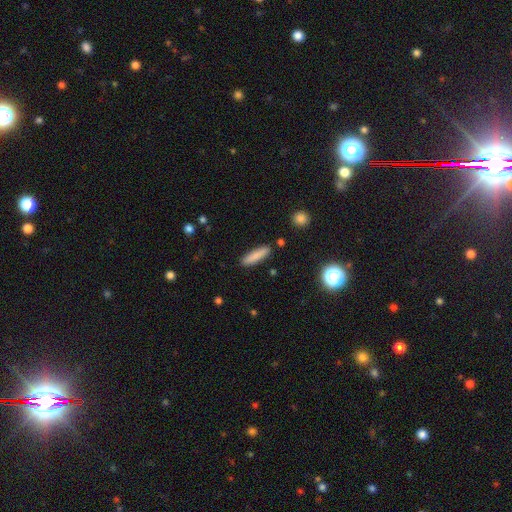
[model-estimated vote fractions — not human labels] Overall: smooth (84%). How rounded: cigar-shaped (77%). Merging: none (88%).